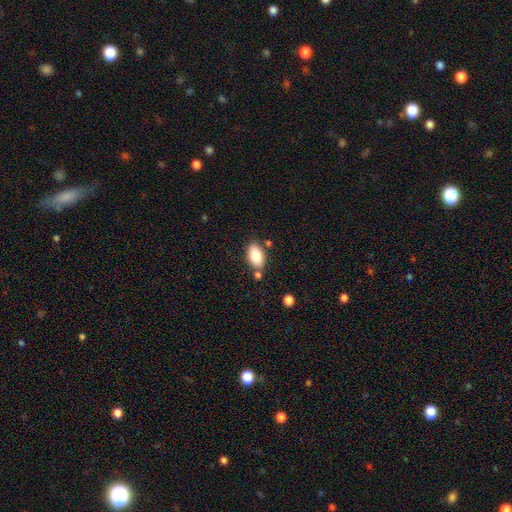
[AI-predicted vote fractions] smooth_or_featured: smooth (p=0.81) [alt: featured or disk p=0.11]
how_rounded: in between (p=0.91) [alt: round p=0.07]
merging: none (p=0.75) [alt: minor disturbance p=0.12]